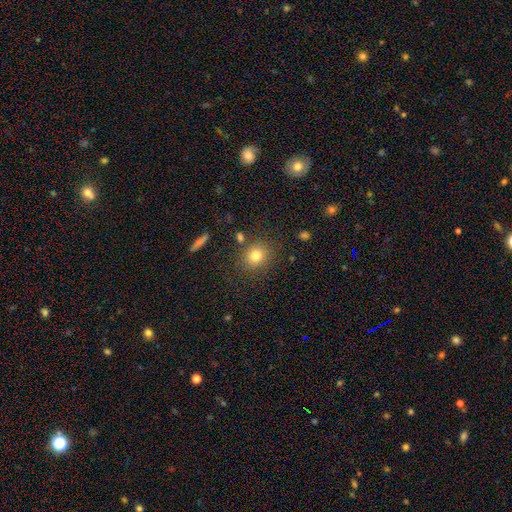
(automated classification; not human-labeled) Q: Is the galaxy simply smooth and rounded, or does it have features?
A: smooth — 78%.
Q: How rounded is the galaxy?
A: round — 75%.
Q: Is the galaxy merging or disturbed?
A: none — 83%.